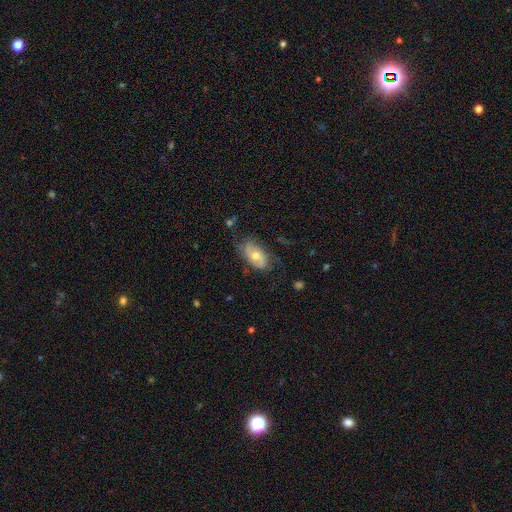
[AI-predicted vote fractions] Smooth or featured? Predicted: featured or disk (p=0.55). Edge-on disk? Predicted: no (p=0.91). Bar? Predicted: no (p=0.70). Spiral arms? Predicted: yes (p=0.74). Bulge size? Predicted: moderate (p=0.64). Merging? Predicted: none (p=0.63).